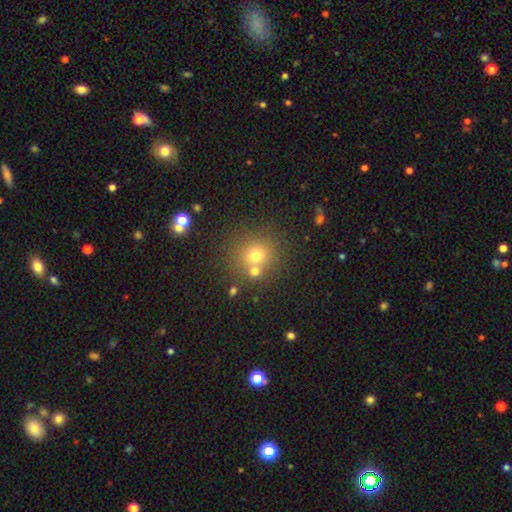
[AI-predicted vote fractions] A smooth galaxy with no disk features (70%) that is round (86%).

Vote fractions:
- Smooth or featured? smooth: 70% / star or artifact: 17% / featured or disk: 13%
- How rounded? round: 86% / in between: 13% / cigar-shaped: 1%
- Merging? none: 65% / merger: 23% / minor disturbance: 9% / major disturbance: 4%